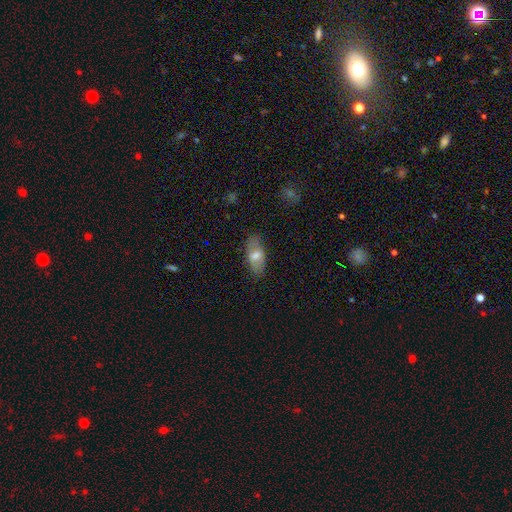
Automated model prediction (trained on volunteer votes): smooth_or_featured: smooth (p=0.65) [alt: featured or disk p=0.27]
how_rounded: in between (p=0.86) [alt: cigar-shaped p=0.11]
merging: none (p=0.81) [alt: minor disturbance p=0.14]